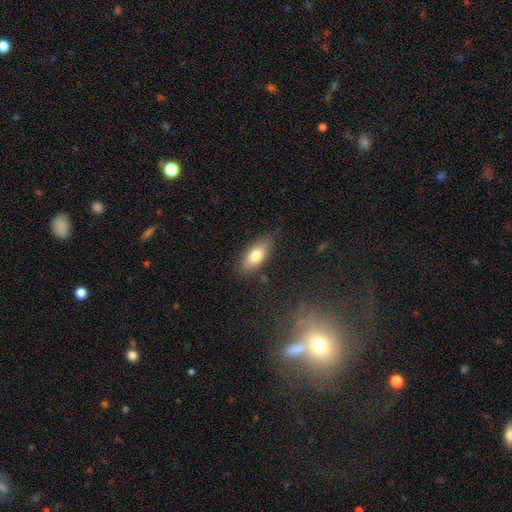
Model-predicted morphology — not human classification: Smooth or featured? smooth (76%)
How rounded? in between (85%)
Merging? none (83%)